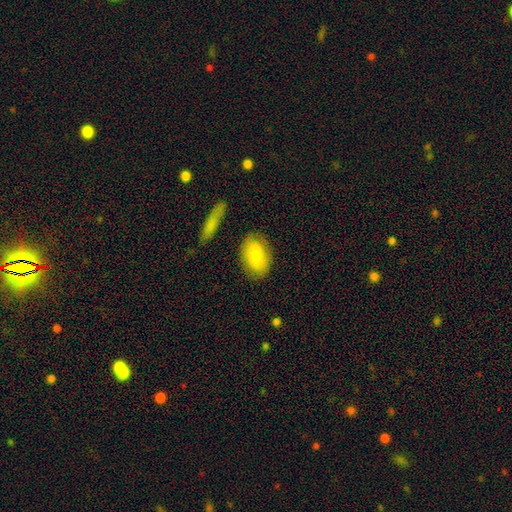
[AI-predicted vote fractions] Overall: smooth (76%). How rounded: in between (88%). Merging: none (79%).